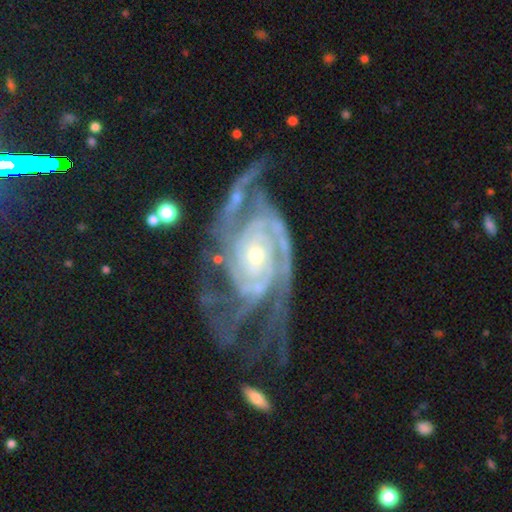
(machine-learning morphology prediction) Q: Smooth or featured?
A: featured or disk (92%); runner-up: star or artifact (5%)
Q: Edge-on disk?
A: no (97%); runner-up: yes (3%)
Q: Bar?
A: no (70%); runner-up: weak (20%)
Q: Spiral arms?
A: yes (98%); runner-up: no (2%)
Q: Spiral winding?
A: tight (62%); runner-up: medium (32%)
Q: Spiral arm count?
A: 2 (29%); tied with: 3 (29%)
Q: Bulge size?
A: small (64%); runner-up: moderate (31%)
Q: Merging?
A: none (48%); runner-up: major disturbance (26%)